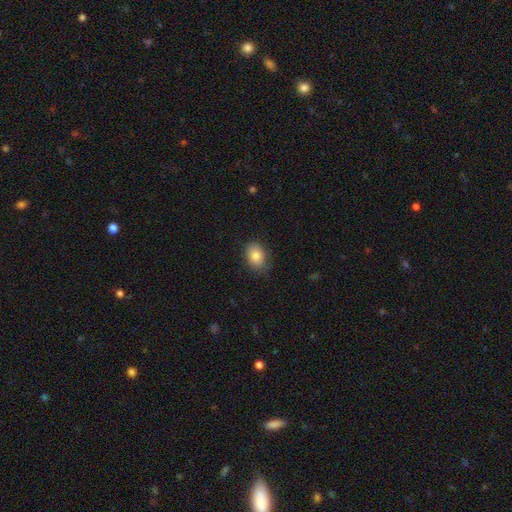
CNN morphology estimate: Smooth or featured?
  - smooth: 82% *
  - featured or disk: 10%
  - star or artifact: 8%
How rounded?
  - in between: 74% *
  - round: 25%
  - cigar-shaped: 1%
Merging?
  - none: 79% *
  - minor disturbance: 17%
  - major disturbance: 4%
  - merger: 1%